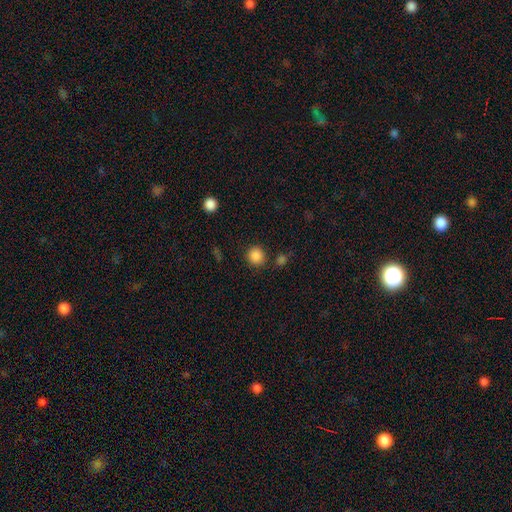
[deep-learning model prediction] smooth-or-featured: smooth: 87% | star or artifact: 10% | featured or disk: 3%
  how-rounded: round: 91% | in between: 8% | cigar-shaped: 1%
  merging: none: 85% | minor disturbance: 7% | merger: 4% | major disturbance: 3%